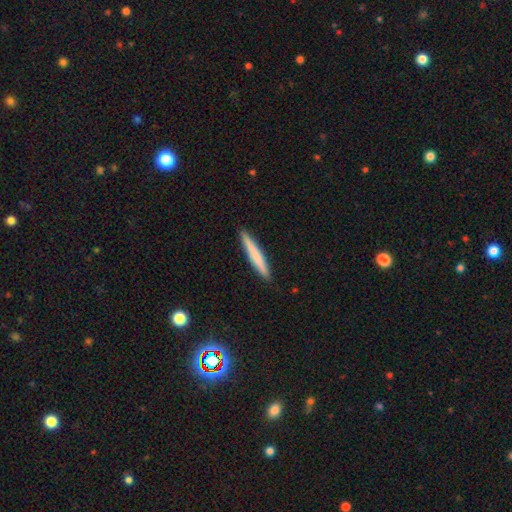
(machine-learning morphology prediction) smooth 69%, featured or disk 26%, star or artifact 5%. Down the decision tree: how rounded — cigar-shaped (96%); merging — none (92%).